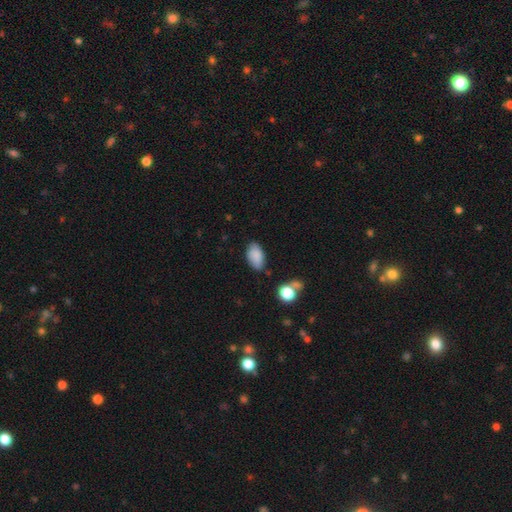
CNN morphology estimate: smooth-or-featured: smooth: 85% | star or artifact: 8% | featured or disk: 7%
  how-rounded: in between: 92% | round: 6% | cigar-shaped: 2%
  merging: none: 72% | minor disturbance: 20% | major disturbance: 4% | merger: 3%